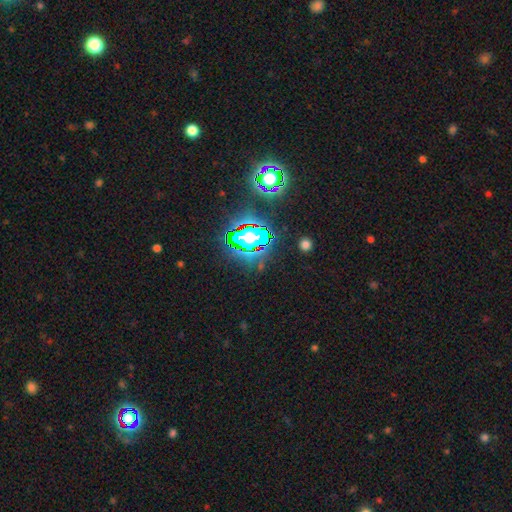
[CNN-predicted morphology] Smooth or featured? star or artifact (82%)